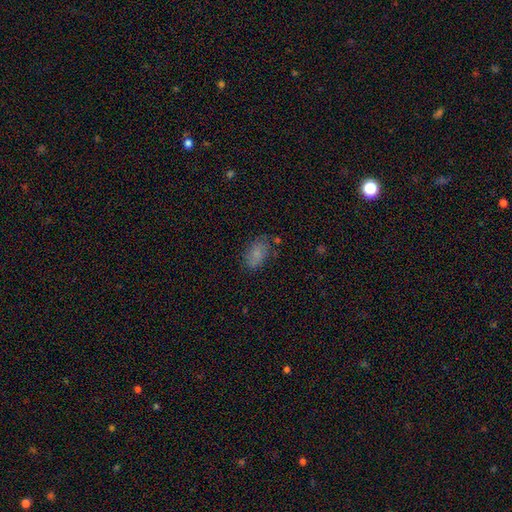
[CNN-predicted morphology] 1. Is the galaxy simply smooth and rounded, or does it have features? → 78% smooth, 12% featured or disk, 10% star or artifact.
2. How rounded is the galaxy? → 90% in between, 8% round, 2% cigar-shaped.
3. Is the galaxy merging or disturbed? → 68% none, 21% minor disturbance, 7% major disturbance, 4% merger.